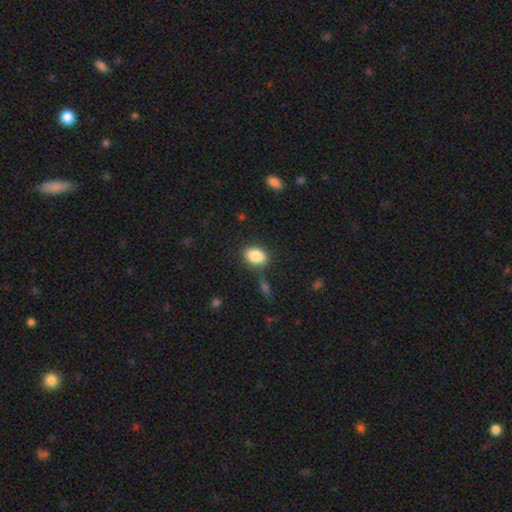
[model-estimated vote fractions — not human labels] Smooth or featured? smooth (87%)
How rounded? in between (78%)
Merging? none (81%)